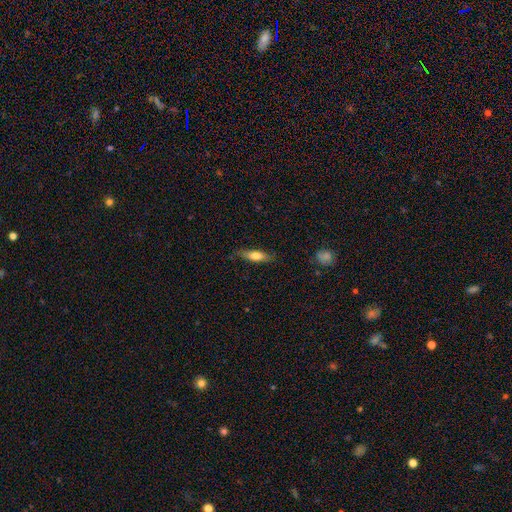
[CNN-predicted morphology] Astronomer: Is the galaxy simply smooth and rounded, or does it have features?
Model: smooth — 65%.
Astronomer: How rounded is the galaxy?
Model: cigar-shaped — 58% (runner-up: in between, 39%).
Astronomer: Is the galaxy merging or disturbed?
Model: none — 78%.